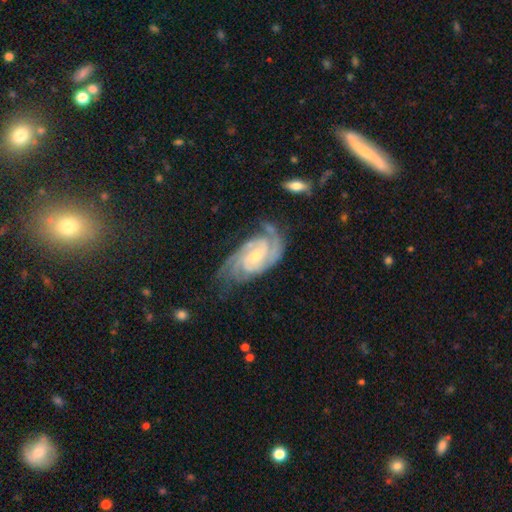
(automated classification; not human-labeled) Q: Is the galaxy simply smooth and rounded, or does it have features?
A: featured or disk — 91%.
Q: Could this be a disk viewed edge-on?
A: no — 97%.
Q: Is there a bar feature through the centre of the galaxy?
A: no — 50%.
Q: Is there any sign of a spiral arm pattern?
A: yes — 98%.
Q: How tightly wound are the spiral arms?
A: tight — 66%.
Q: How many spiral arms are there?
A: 2 — 40%.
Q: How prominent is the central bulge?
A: small — 59%.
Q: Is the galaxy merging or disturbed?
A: none — 65%.